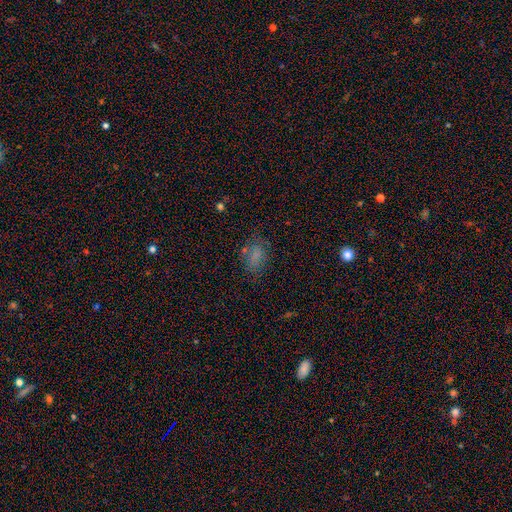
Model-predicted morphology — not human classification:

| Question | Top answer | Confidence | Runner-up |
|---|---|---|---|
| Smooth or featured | smooth | 70% | star or artifact (18%) |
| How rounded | in between | 85% | round (11%) |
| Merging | none | 69% | minor disturbance (19%) |